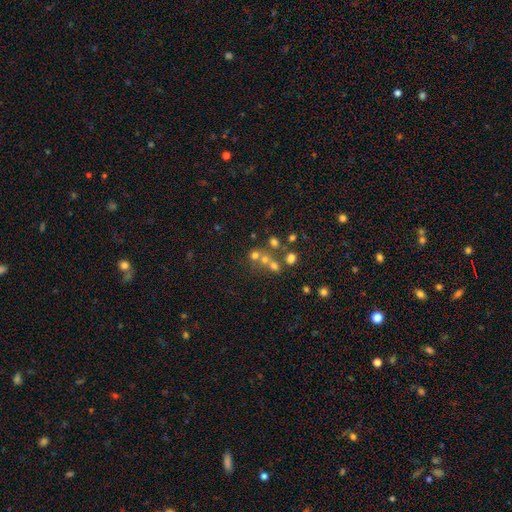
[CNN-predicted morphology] The model was most divided on "merging": none: 44%, merger: 42%, minor disturbance: 8%, major disturbance: 6%. More confident: how rounded — round (79%); smooth or featured — smooth (52%).